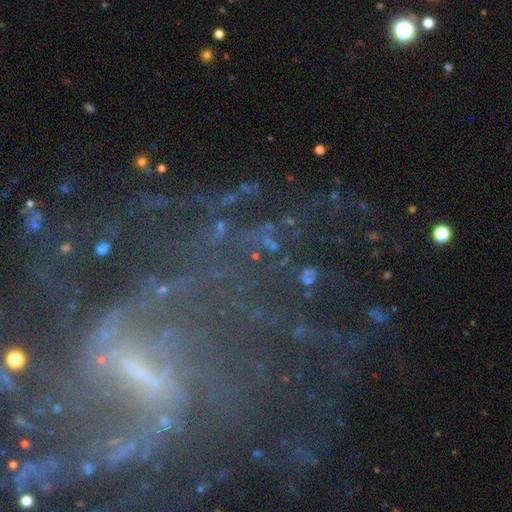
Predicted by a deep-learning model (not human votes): Morphology: type=star or artifact (69%).